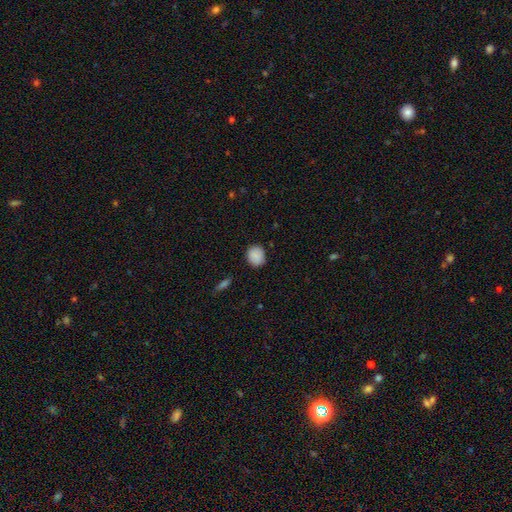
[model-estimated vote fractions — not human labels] Morphology: type=smooth (88%); roundness=round (75%); merging=none (86%).